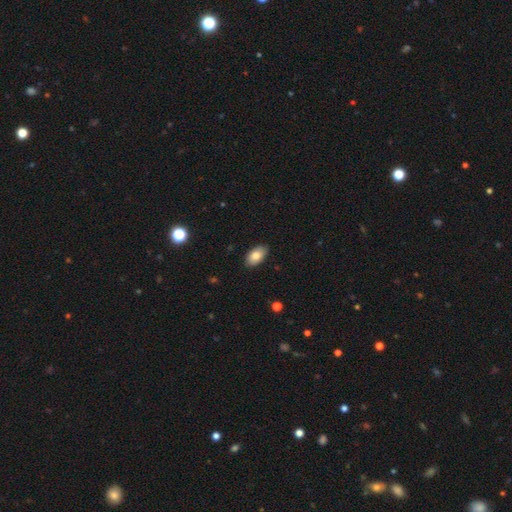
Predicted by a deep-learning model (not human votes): A smooth galaxy with no disk features (83%) that is in between round and cigar-shaped (94%).

Vote fractions:
- Smooth or featured? smooth: 83% / featured or disk: 10% / star or artifact: 7%
- How rounded? in between: 94% / round: 4% / cigar-shaped: 2%
- Merging? none: 88% / minor disturbance: 9% / major disturbance: 2% / merger: 1%